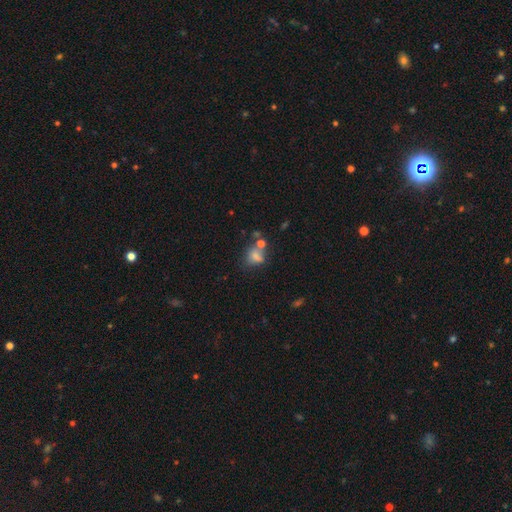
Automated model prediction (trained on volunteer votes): Smooth or featured: smooth — 70% (featured or disk — 15%)
How rounded: in between — 54% (round — 45%)
Merging: none — 40% (merger — 26%)